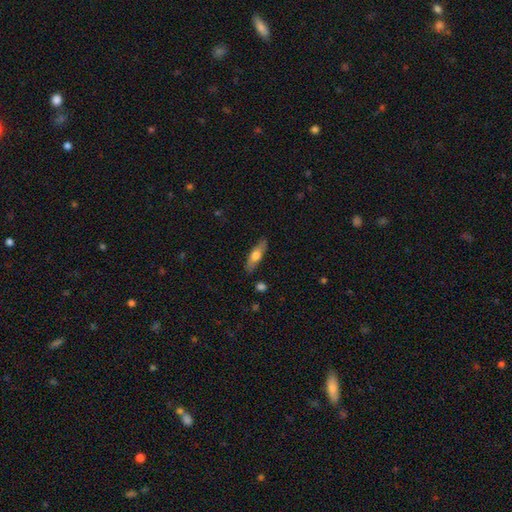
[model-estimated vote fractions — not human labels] smooth-or-featured: smooth: 60% | featured or disk: 34% | star or artifact: 6%
  how-rounded: in between: 52% | cigar-shaped: 46% | round: 3%
  merging: none: 85% | minor disturbance: 11% | major disturbance: 2% | merger: 2%